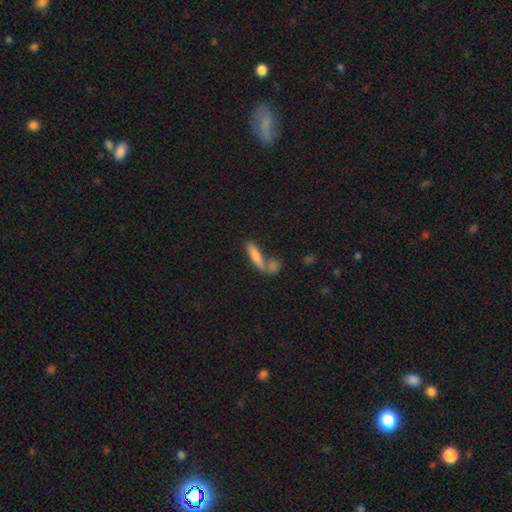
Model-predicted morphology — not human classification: Smooth or featured: smooth — 73% (featured or disk — 18%)
How rounded: cigar-shaped — 74% (in between — 24%)
Merging: none — 49% (merger — 36%)